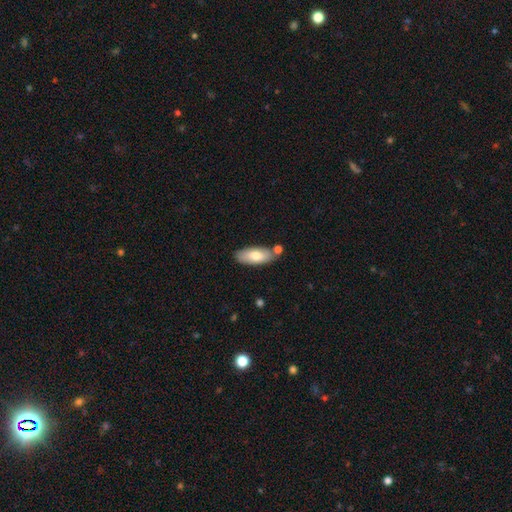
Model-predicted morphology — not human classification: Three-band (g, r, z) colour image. It shows a smooth galaxy with no disk features (72%) that is in between round and cigar-shaped (81%). Merging: none (75%).